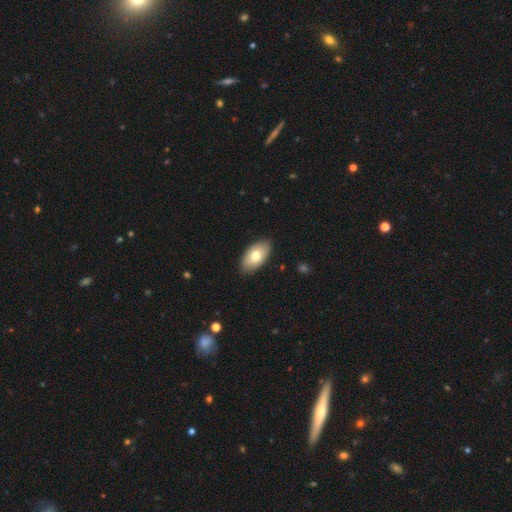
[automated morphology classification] A smooth galaxy with no disk features (74%) that is in between round and cigar-shaped (94%). Merging: none (88%).